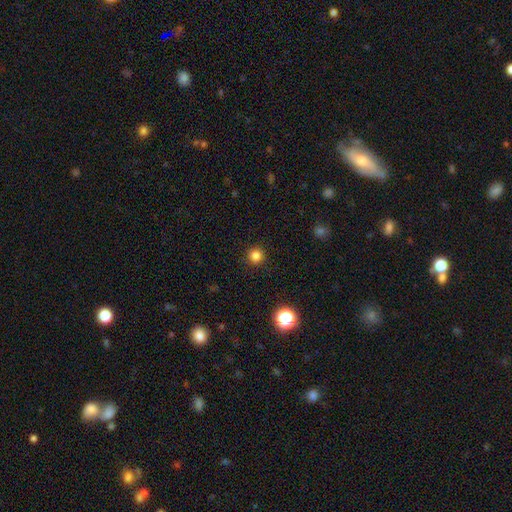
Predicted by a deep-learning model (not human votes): smooth 83%, star or artifact 14%, featured or disk 4%. Down the decision tree: how rounded — round (95%); merging — none (92%).